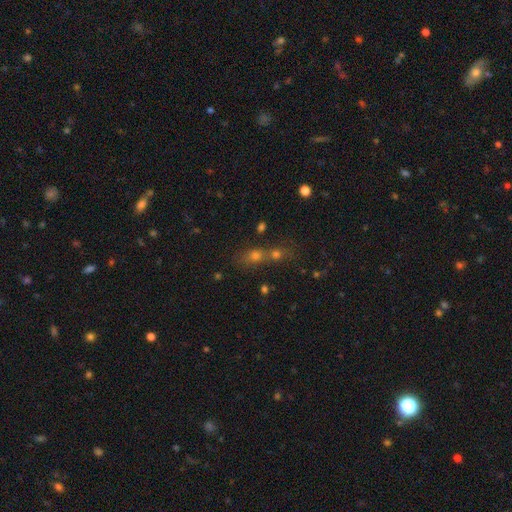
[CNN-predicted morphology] The model was most divided on "merging": merger: 54%, none: 34%, minor disturbance: 7%, major disturbance: 5%. More confident: smooth or featured — smooth (57%); how rounded — round (56%).